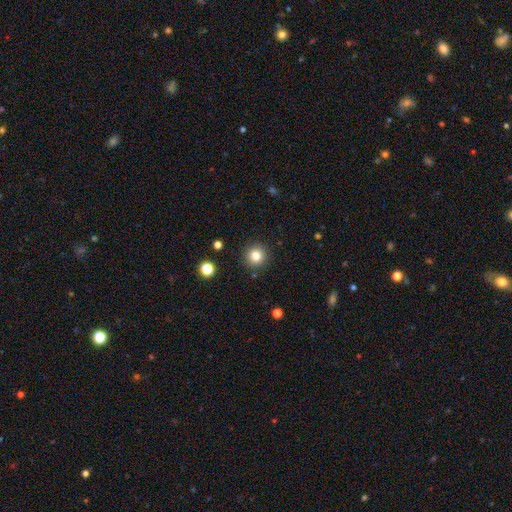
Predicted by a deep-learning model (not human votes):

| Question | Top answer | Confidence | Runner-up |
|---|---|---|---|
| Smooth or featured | smooth | 81% | star or artifact (12%) |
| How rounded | round | 94% | in between (5%) |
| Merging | none | 90% | minor disturbance (6%) |